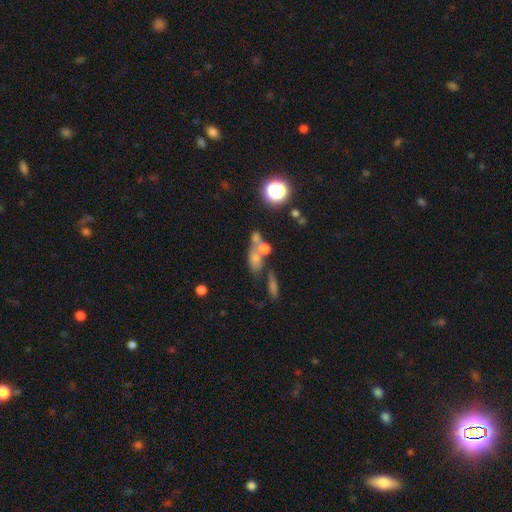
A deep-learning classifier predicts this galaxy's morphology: smooth_or_featured: smooth (p=0.43) [alt: featured or disk p=0.31]
merging: none (p=0.40) [alt: merger p=0.37]